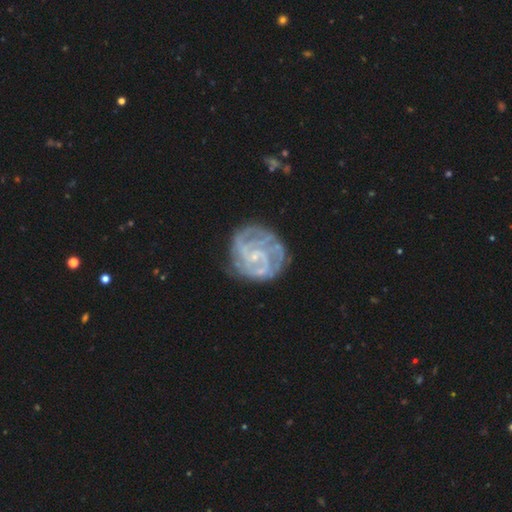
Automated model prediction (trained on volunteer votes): A featured or disk galaxy (87%) with no bar (53%), 3 (27%) tight (63%) spiral arms (95%) and a small central bulge (75%).

Vote fractions:
- Smooth or featured? featured or disk: 87% / smooth: 7% / star or artifact: 6%
- Edge-on disk? no: 98% / yes: 2%
- Bar? no: 53% / weak: 38% / strong: 9%
- Spiral arms? yes: 95% / no: 5%
- Spiral winding? tight: 63% / medium: 31% / loose: 6%
- Spiral arm count? 3: 27% / can't tell: 25% / 2: 21% / 4: 15% / more than 4: 7% / 1: 6%
- Bulge size? small: 75% / moderate: 12% / none: 11% / large: 1% / dominant: 1%
- Merging? none: 71% / minor disturbance: 18% / major disturbance: 8% / merger: 2%